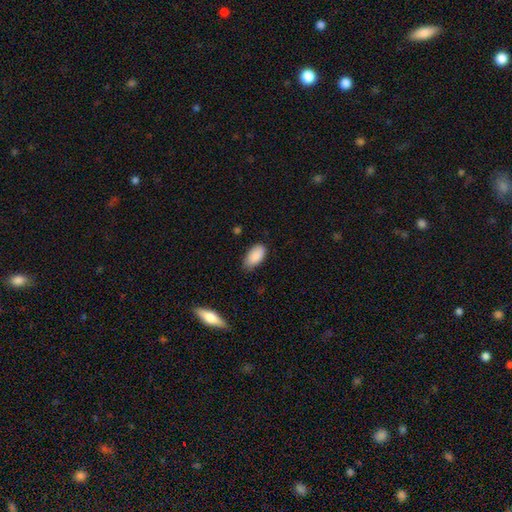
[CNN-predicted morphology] smooth-or-featured: smooth: 88% | star or artifact: 7% | featured or disk: 5%
  how-rounded: in between: 94% | cigar-shaped: 3% | round: 2%
  merging: none: 74% | minor disturbance: 22% | major disturbance: 3% | merger: 1%